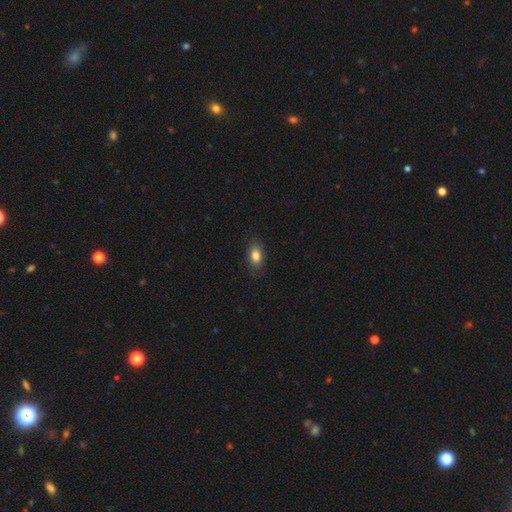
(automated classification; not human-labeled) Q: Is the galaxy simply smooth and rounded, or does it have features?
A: smooth — 83%.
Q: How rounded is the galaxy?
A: in between — 87%.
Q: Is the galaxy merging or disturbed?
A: none — 84%.